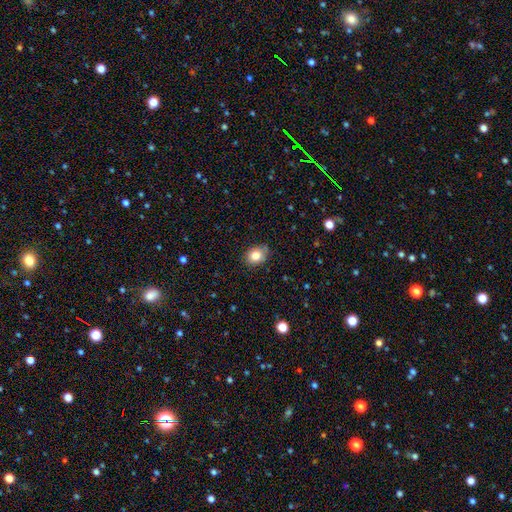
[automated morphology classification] Smooth or featured: smooth — 83% (star or artifact — 9%)
How rounded: in between — 58% (round — 41%)
Merging: none — 79% (minor disturbance — 17%)